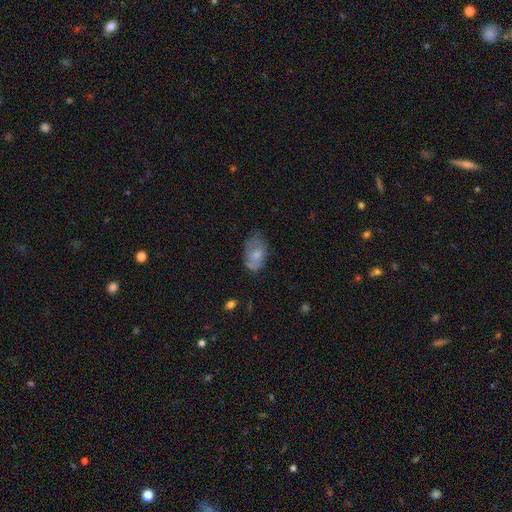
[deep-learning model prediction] A smooth galaxy with no disk features (62%) that is in between round and cigar-shaped (89%).

Vote fractions:
- Smooth or featured? smooth: 62% / featured or disk: 30% / star or artifact: 8%
- How rounded? in between: 89% / round: 10% / cigar-shaped: 2%
- Merging? none: 45% / minor disturbance: 35% / major disturbance: 17% / merger: 2%